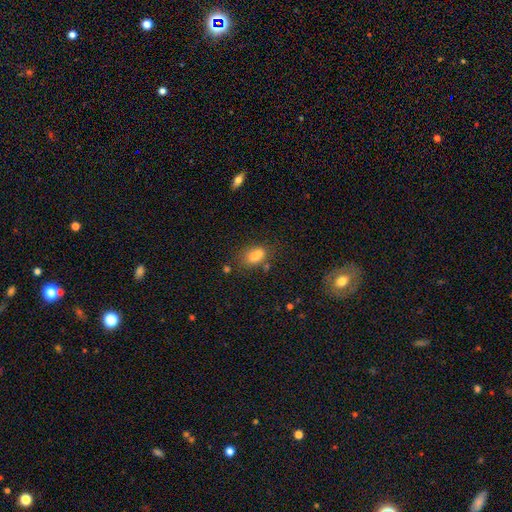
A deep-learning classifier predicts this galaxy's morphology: The model was most divided on "merging": none: 46%, merger: 26%, minor disturbance: 20%, major disturbance: 8%. More confident: how rounded — in between (79%); smooth or featured — smooth (76%).